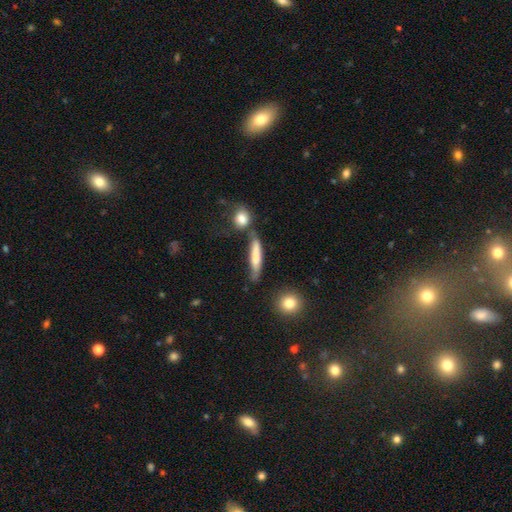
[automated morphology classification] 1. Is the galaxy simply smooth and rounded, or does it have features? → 70% smooth, 23% featured or disk, 7% star or artifact.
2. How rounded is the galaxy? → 82% cigar-shaped, 15% in between, 3% round.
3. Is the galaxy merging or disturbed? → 55% none, 20% minor disturbance, 17% merger, 9% major disturbance.